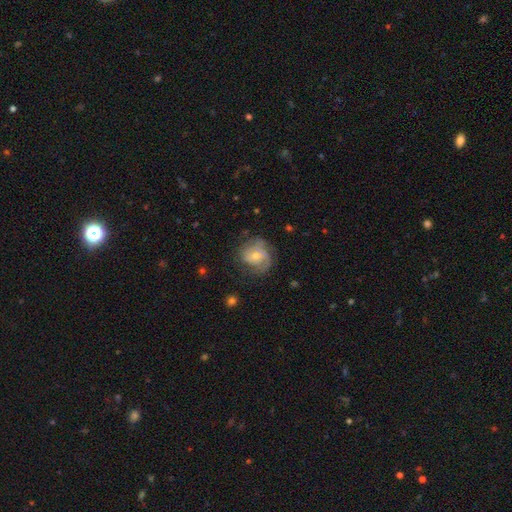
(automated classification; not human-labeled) Morphology: type=featured or disk (70%); edge-on=no (98%); bar=no (66%); spiral arms=yes (89%); winding=tight (48%); arm count=2 (36%); bulge=moderate (51%); merging=none (63%).